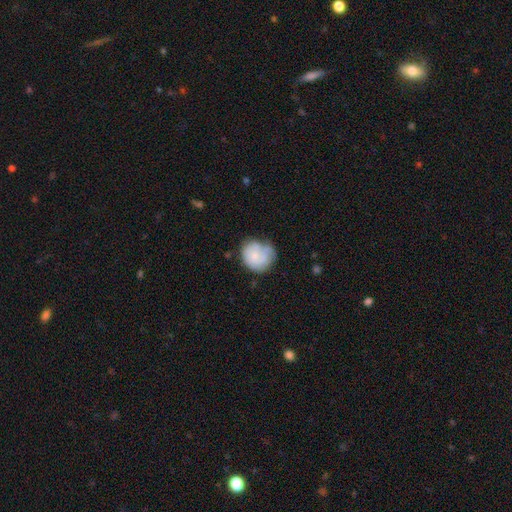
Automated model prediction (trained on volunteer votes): Smooth or featured: smooth — 49% (featured or disk — 44%)
Merging: none — 50% (minor disturbance — 30%)